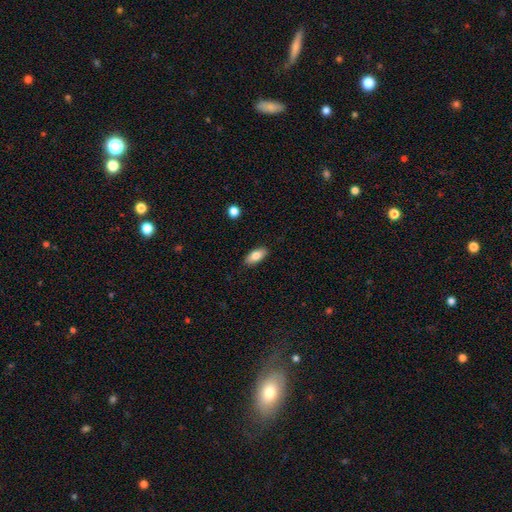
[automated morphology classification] A smooth galaxy with no disk features (80%) that is in between round and cigar-shaped (87%). Merging: none (88%).